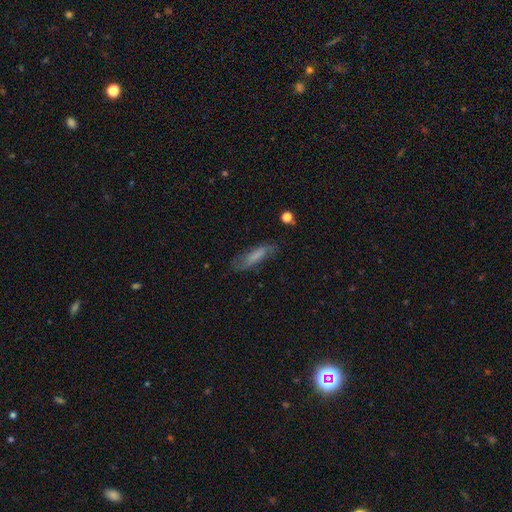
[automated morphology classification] A smooth galaxy with no disk features (55%) that is cigar-shaped (59%). Merging: none (68%).